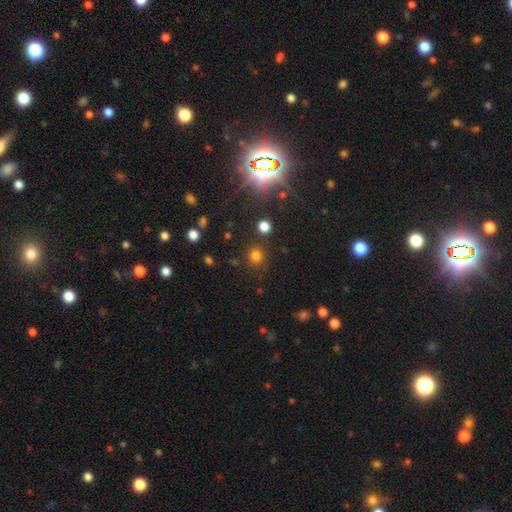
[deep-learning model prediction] smooth 75%, star or artifact 20%, featured or disk 5%. Down the decision tree: how rounded — round (91%); merging — none (85%).